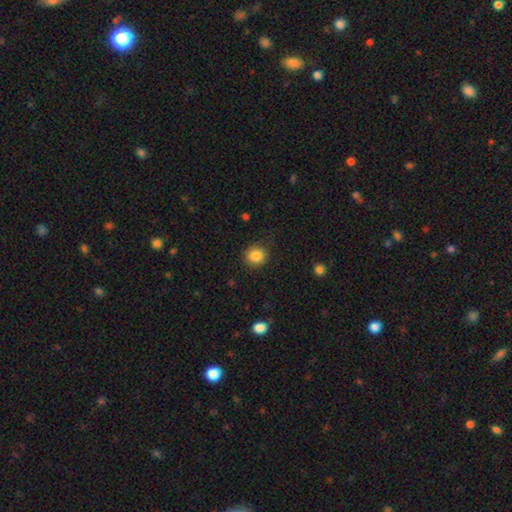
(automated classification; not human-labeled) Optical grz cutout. It shows a smooth galaxy with no disk features (86%) that is round (89%). Merging: none (87%).